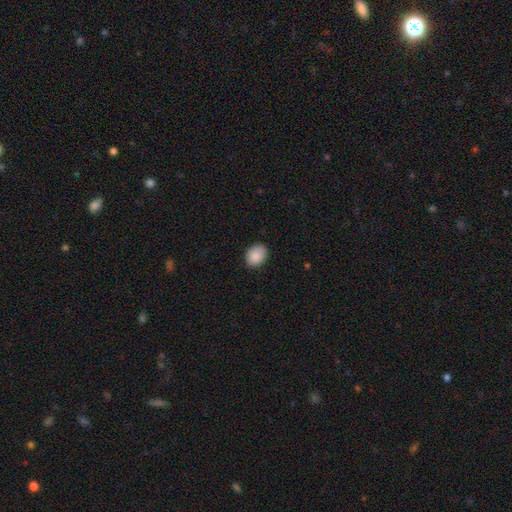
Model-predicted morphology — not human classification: This appears to be a smooth galaxy with no disk features (90%) that is in between round and cigar-shaped (61%). Merging: none (85%).